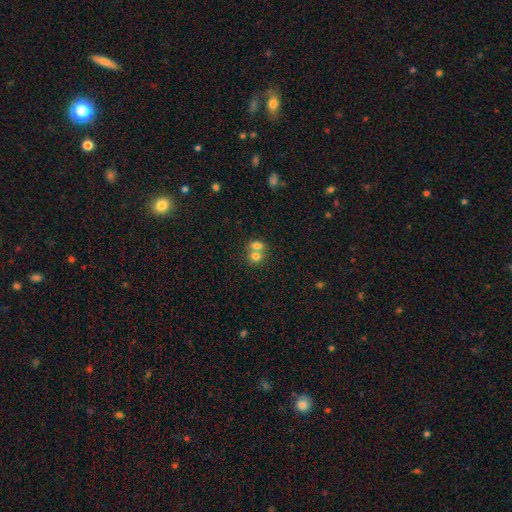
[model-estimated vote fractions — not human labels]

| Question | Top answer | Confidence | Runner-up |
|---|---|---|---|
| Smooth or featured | smooth | 73% | featured or disk (17%) |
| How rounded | round | 62% | in between (37%) |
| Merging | merger | 65% | none (26%) |